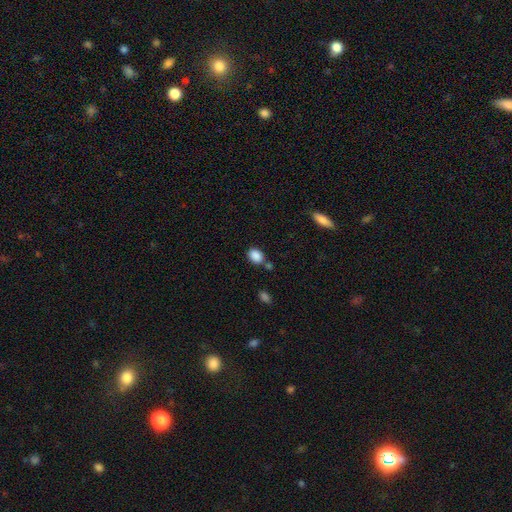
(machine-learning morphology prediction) smooth 88%, star or artifact 9%, featured or disk 4%. Down the decision tree: how rounded — in between (64%); merging — none (70%).